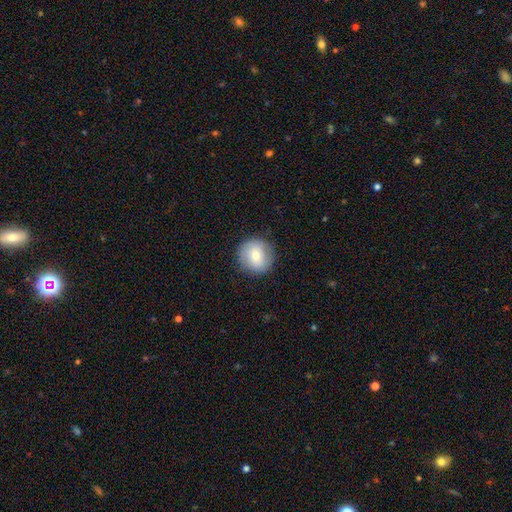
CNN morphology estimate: smooth 72%, featured or disk 19%, star or artifact 9%. Down the decision tree: how rounded — round (93%); merging — none (87%).